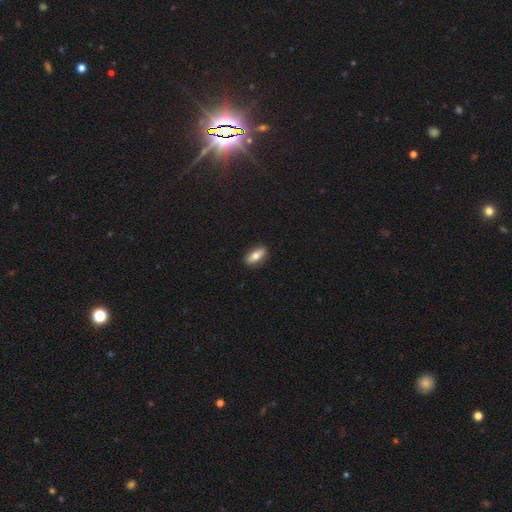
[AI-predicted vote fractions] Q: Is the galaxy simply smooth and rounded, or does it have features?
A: smooth — 72%.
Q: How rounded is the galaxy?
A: in between — 77%.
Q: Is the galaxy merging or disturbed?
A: none — 89%.